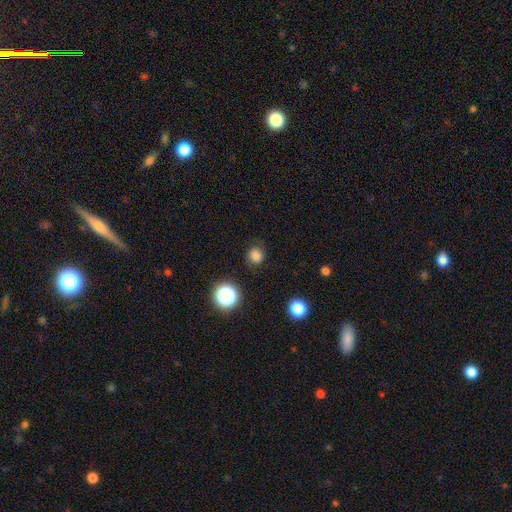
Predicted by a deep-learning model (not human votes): Smooth or featured: smooth — 79% (star or artifact — 16%)
How rounded: round — 83% (in between — 17%)
Merging: none — 82% (minor disturbance — 12%)